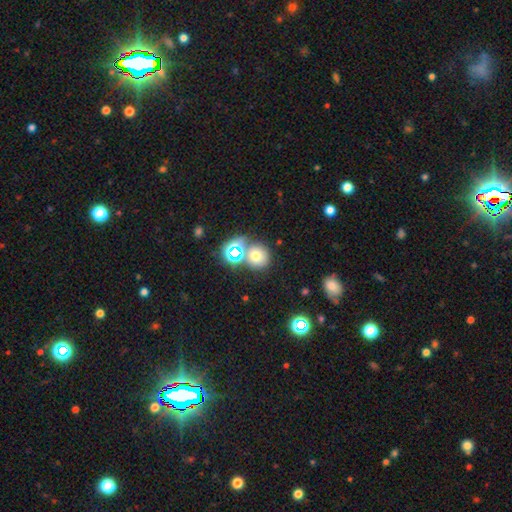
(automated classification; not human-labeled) smooth_or_featured: smooth (p=0.63) [alt: star or artifact p=0.25]
how_rounded: round (p=0.83) [alt: in between p=0.16]
merging: none (p=0.60) [alt: merger p=0.25]